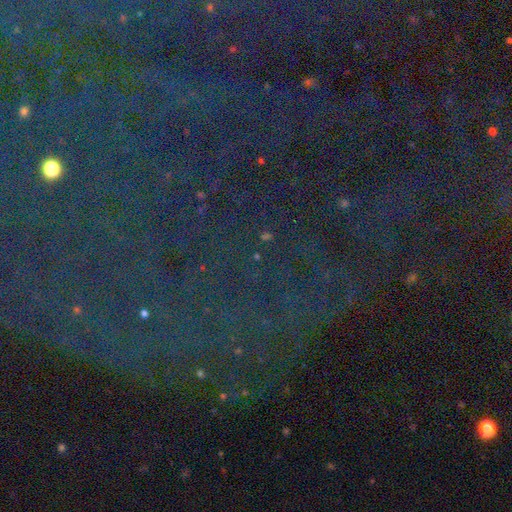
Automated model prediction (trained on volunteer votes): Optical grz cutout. It shows a star or artifact, not a galaxy (85%).